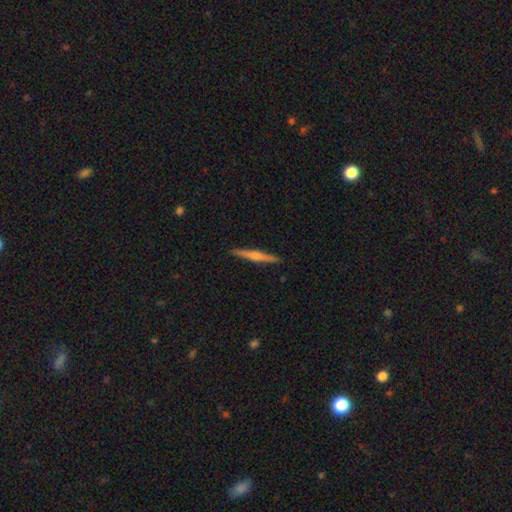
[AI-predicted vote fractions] Smooth or featured? Predicted: featured or disk (p=0.62). Edge-on disk? Predicted: yes (p=0.98). Edge-on bulge? Predicted: rounded (p=0.79). Merging? Predicted: none (p=0.92).